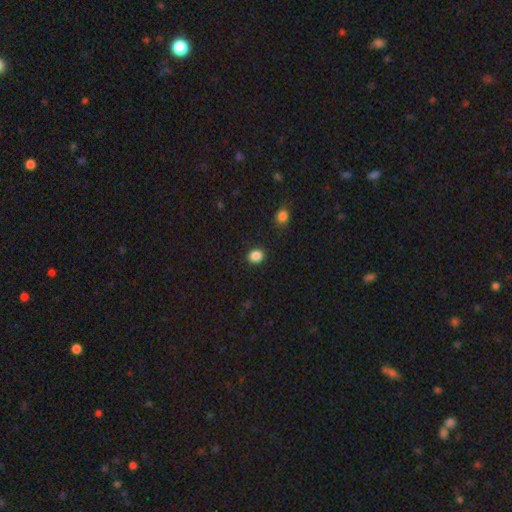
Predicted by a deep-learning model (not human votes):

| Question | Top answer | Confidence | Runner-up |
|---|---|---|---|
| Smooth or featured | smooth | 87% | star or artifact (10%) |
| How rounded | round | 71% | in between (28%) |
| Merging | none | 90% | minor disturbance (6%) |